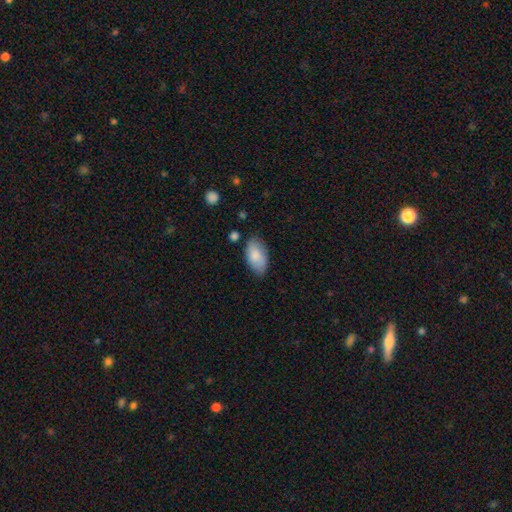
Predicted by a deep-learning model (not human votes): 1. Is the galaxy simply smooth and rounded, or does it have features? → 81% smooth, 13% featured or disk, 6% star or artifact.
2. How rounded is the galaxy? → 95% in between, 3% round, 2% cigar-shaped.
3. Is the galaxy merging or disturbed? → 71% none, 22% minor disturbance, 4% major disturbance, 3% merger.